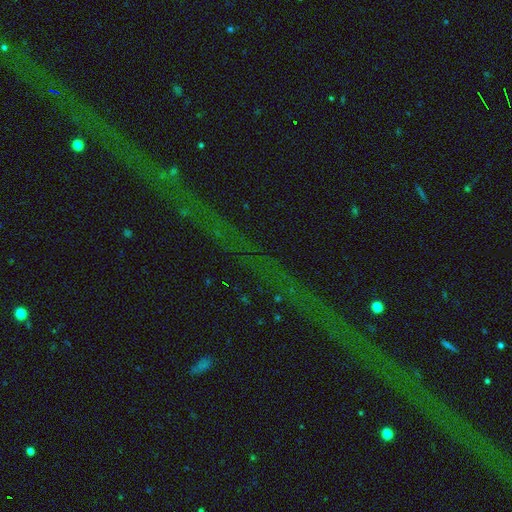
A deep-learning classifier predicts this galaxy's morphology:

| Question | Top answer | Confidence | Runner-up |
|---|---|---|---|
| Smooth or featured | star or artifact | 74% | featured or disk (15%) |